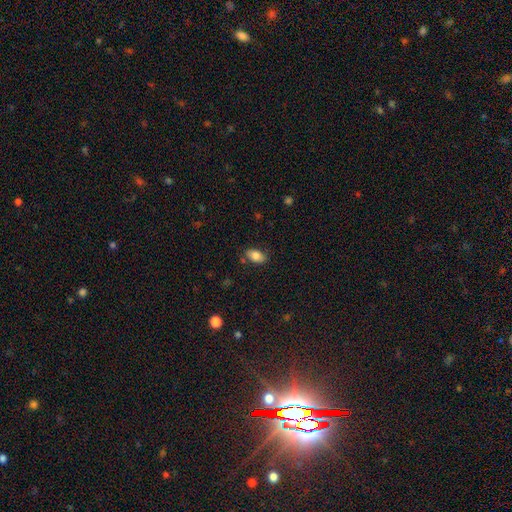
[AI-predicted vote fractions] Morphology: type=smooth (82%); roundness=in between (91%); merging=none (80%).